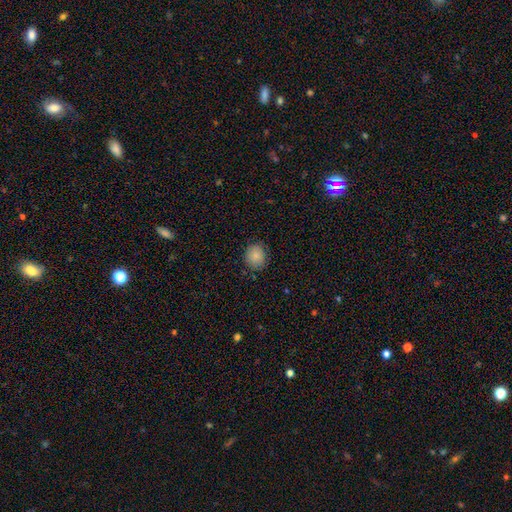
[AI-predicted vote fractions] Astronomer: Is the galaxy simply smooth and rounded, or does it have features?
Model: smooth — 86%.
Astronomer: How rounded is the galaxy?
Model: round — 78%.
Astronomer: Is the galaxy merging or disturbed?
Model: none — 84%.